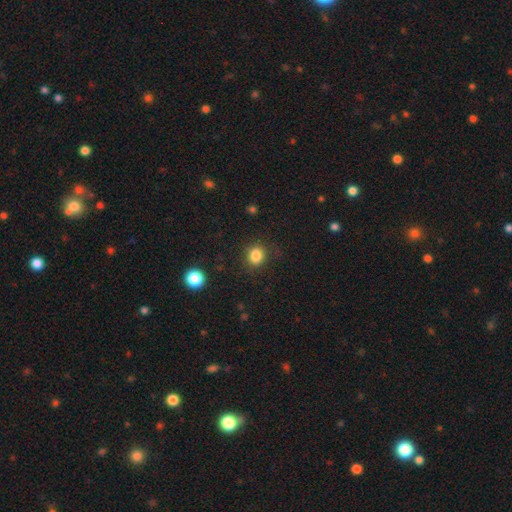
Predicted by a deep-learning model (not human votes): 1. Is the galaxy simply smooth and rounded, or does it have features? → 84% smooth, 12% star or artifact, 4% featured or disk.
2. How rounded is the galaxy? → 78% round, 21% in between, 1% cigar-shaped.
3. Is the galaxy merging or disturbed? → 85% none, 10% minor disturbance, 4% major disturbance, 1% merger.